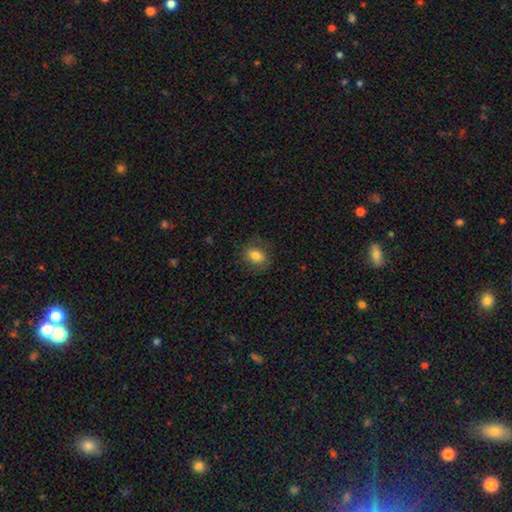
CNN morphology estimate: type=smooth (79%); roundness=in between (67%); merging=none (81%).